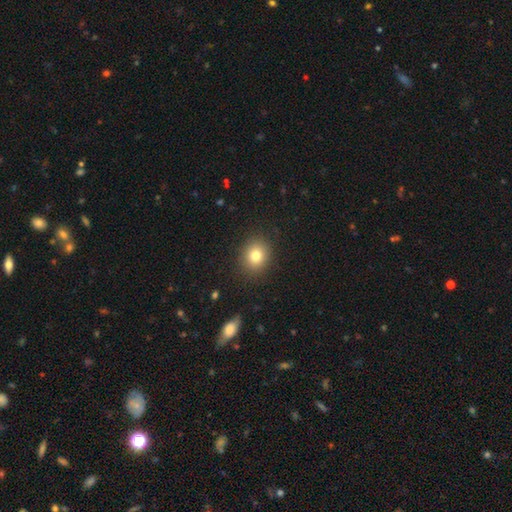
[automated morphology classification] Smooth or featured?
  - smooth: 80% *
  - star or artifact: 11%
  - featured or disk: 9%
How rounded?
  - round: 71% *
  - in between: 29%
  - cigar-shaped: 1%
Merging?
  - none: 89% *
  - minor disturbance: 8%
  - major disturbance: 3%
  - merger: 1%